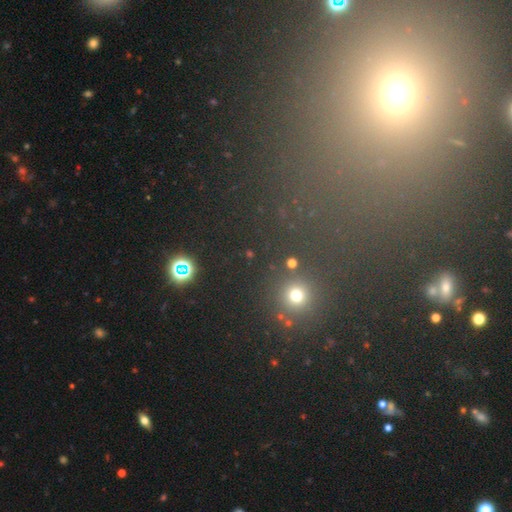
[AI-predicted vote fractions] Smooth or featured? star or artifact (57%)